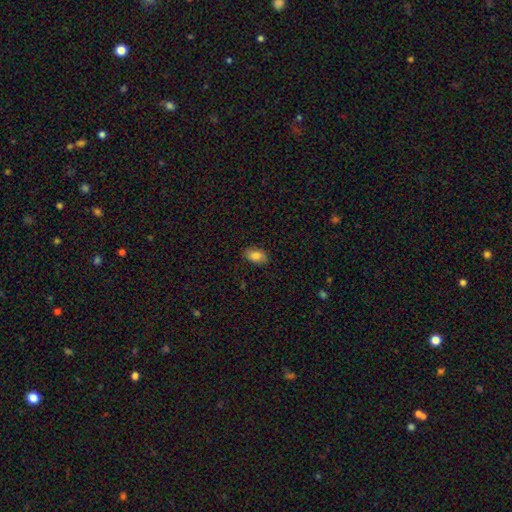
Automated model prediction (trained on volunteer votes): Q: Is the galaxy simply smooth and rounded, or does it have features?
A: smooth — 85%.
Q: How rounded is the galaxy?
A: in between — 90%.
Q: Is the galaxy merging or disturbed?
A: none — 84%.